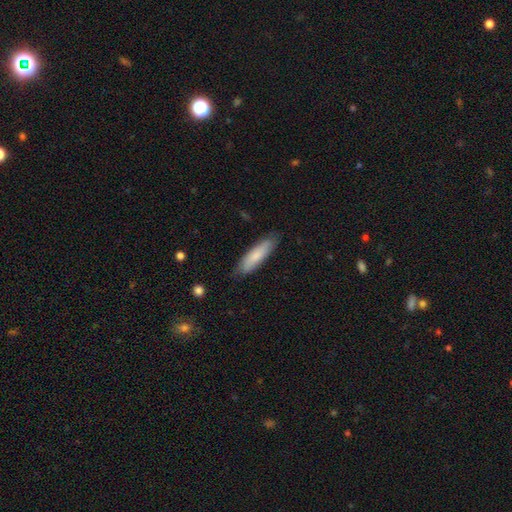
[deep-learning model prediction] Smooth or featured?
  - smooth: 77% *
  - featured or disk: 18%
  - star or artifact: 6%
How rounded?
  - cigar-shaped: 66% *
  - in between: 33%
  - round: 1%
Merging?
  - none: 81% *
  - minor disturbance: 15%
  - major disturbance: 3%
  - merger: 1%